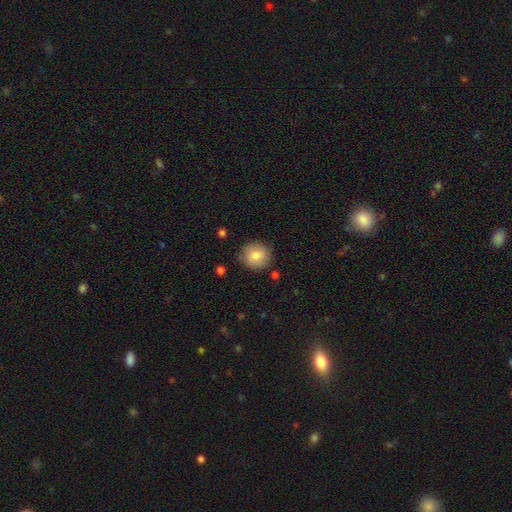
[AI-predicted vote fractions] smooth 81%, featured or disk 11%, star or artifact 8%. Down the decision tree: how rounded — round (91%); merging — none (84%).